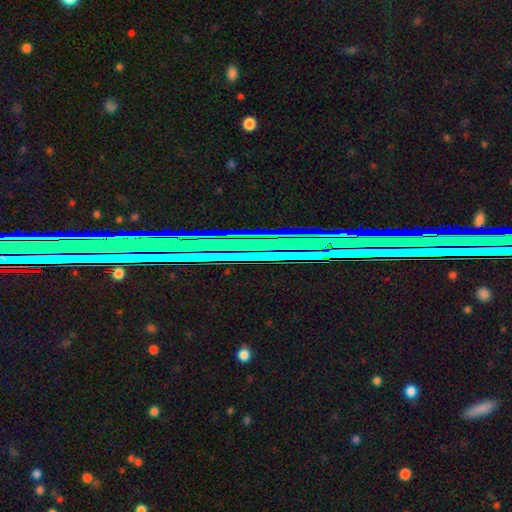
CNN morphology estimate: type=star or artifact (75%).